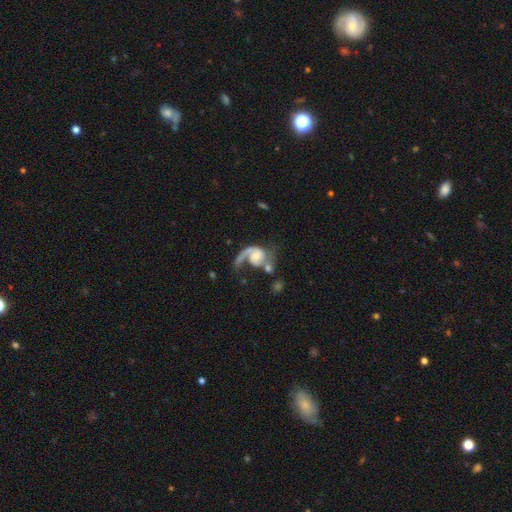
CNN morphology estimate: A featured or disk galaxy (81%) with no bar (60%), 1 (63%) loose (52%) spiral arms (93%) and a moderate central bulge (32%). Merging: major disturbance (36%).